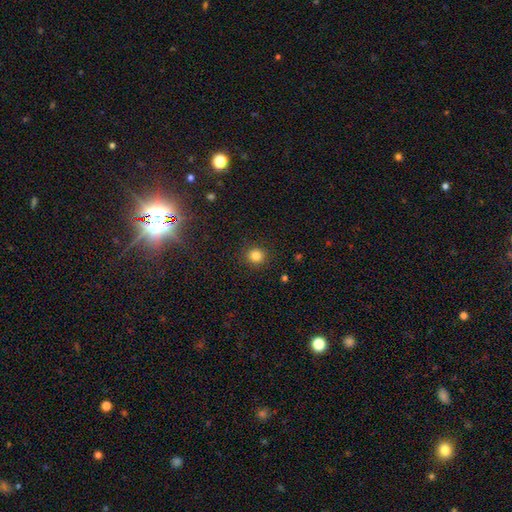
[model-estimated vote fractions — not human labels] Q: Smooth or featured?
A: smooth (83%); runner-up: star or artifact (12%)
Q: How rounded?
A: round (90%); runner-up: in between (9%)
Q: Merging?
A: none (91%); runner-up: minor disturbance (6%)